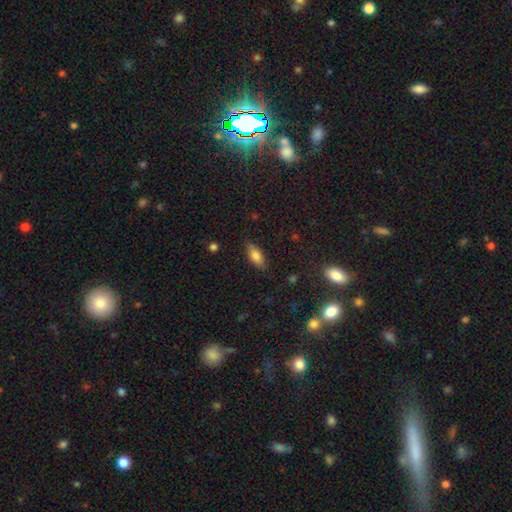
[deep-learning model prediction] A smooth galaxy with no disk features (77%) that is in between round and cigar-shaped (82%).

Vote fractions:
- Smooth or featured? smooth: 77% / featured or disk: 14% / star or artifact: 8%
- How rounded? in between: 82% / cigar-shaped: 15% / round: 3%
- Merging? none: 80% / minor disturbance: 16% / major disturbance: 3% / merger: 1%